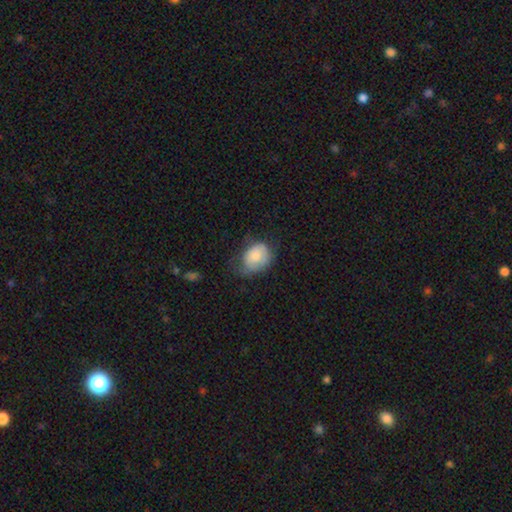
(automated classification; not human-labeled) Smooth or featured: smooth — 78% (featured or disk — 15%)
How rounded: in between — 61% (round — 38%)
Merging: minor disturbance — 39% (none — 38%)